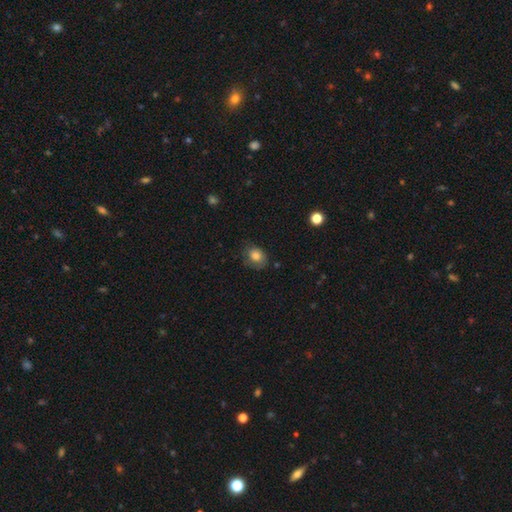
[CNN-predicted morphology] smooth 80%, featured or disk 10%, star or artifact 9%. Down the decision tree: how rounded — in between (53%); merging — none (66%).